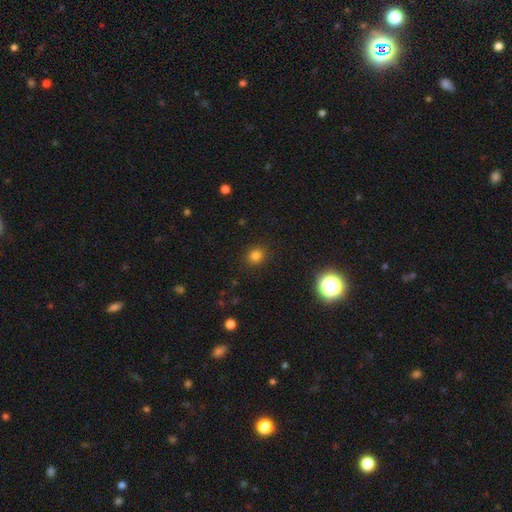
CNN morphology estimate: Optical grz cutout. It shows a smooth galaxy with no disk features (81%) that is round (83%). Merging: none (90%).